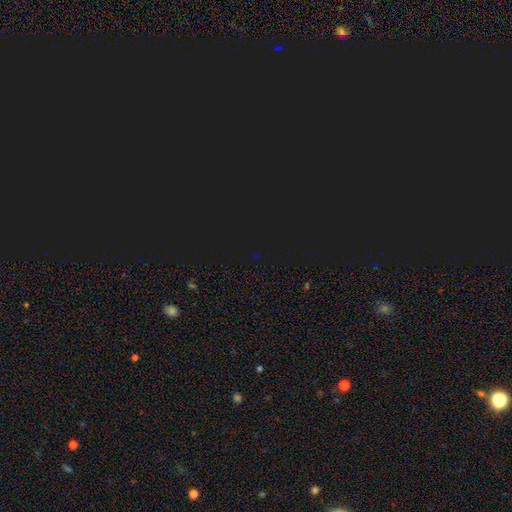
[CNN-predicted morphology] The model was most divided on "smooth or featured": star or artifact: 80%, smooth: 13%, featured or disk: 7%.